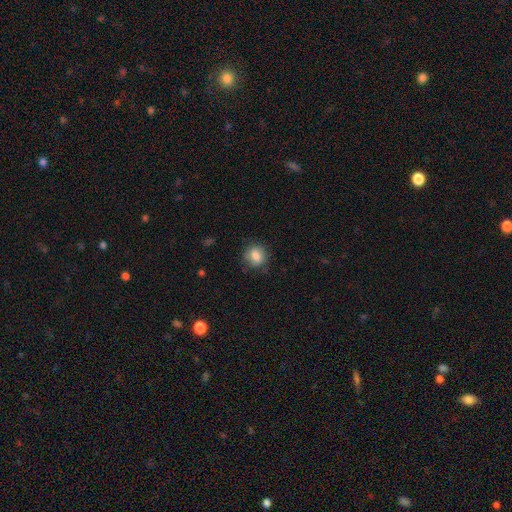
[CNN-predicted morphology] Overall: smooth (83%). How rounded: round (67%; in between 31%). Merging: none (77%).